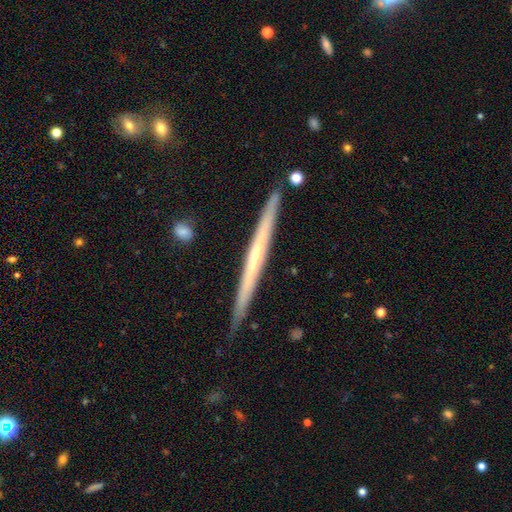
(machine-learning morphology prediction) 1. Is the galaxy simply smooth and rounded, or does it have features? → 68% featured or disk, 26% smooth, 6% star or artifact.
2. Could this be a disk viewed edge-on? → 97% yes, 3% no.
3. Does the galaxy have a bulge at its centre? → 63% none, 33% rounded, 4% boxy.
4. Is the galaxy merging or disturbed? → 87% none, 10% minor disturbance, 1% merger, 1% major disturbance.